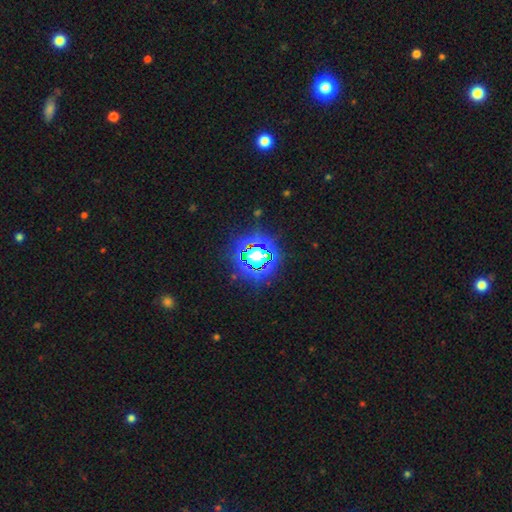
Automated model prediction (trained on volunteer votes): This appears to be a star or artifact, not a galaxy (68%).